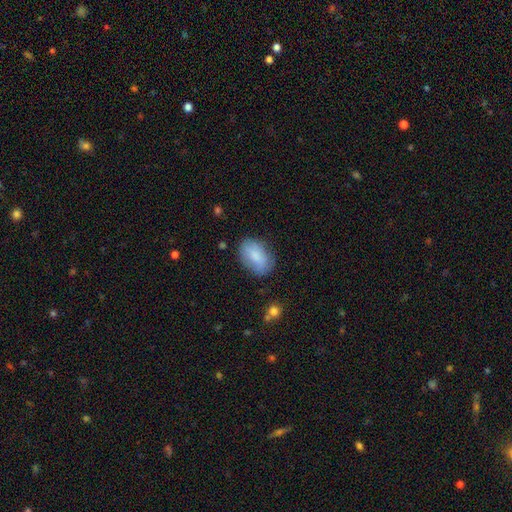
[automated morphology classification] A smooth galaxy with no disk features (80%) that is in between round and cigar-shaped (90%).

Vote fractions:
- Smooth or featured? smooth: 80% / featured or disk: 14% / star or artifact: 6%
- How rounded? in between: 90% / round: 9% / cigar-shaped: 1%
- Merging? none: 75% / minor disturbance: 19% / major disturbance: 5% / merger: 2%